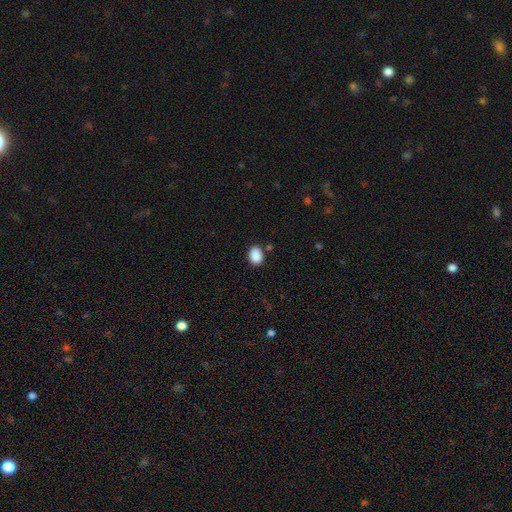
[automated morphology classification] Q: Smooth or featured?
A: smooth (89%); runner-up: star or artifact (8%)
Q: How rounded?
A: in between (71%); runner-up: round (28%)
Q: Merging?
A: none (82%); runner-up: minor disturbance (11%)